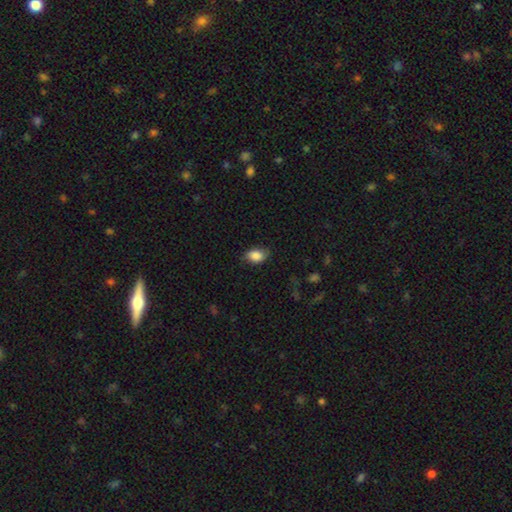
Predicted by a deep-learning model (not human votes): smooth 85%, featured or disk 8%, star or artifact 7%. Down the decision tree: how rounded — in between (84%); merging — none (74%).